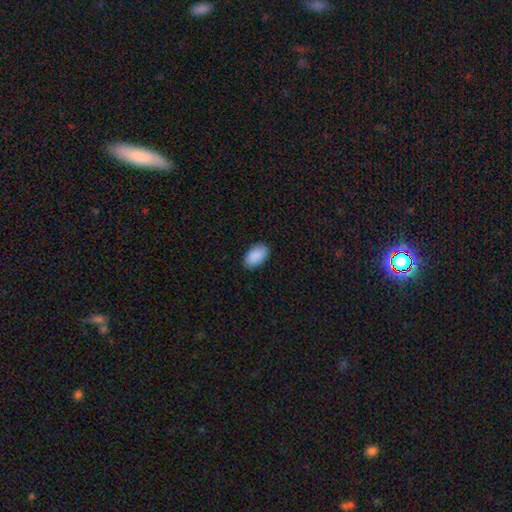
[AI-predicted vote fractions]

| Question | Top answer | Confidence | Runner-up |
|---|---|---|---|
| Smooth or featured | smooth | 91% | star or artifact (6%) |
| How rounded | in between | 94% | round (4%) |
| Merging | none | 88% | minor disturbance (9%) |